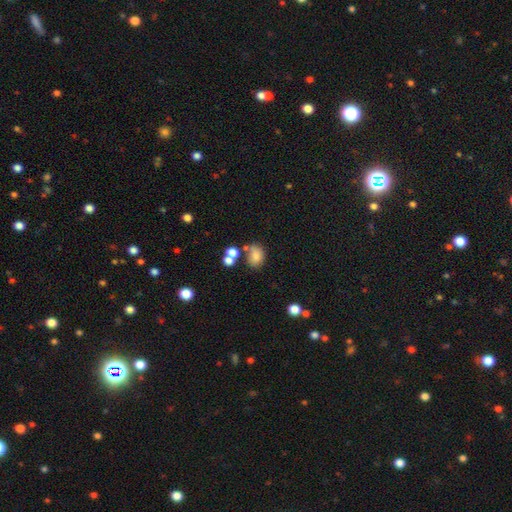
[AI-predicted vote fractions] Smooth or featured: smooth — 77% (star or artifact — 13%)
How rounded: in between — 65% (round — 34%)
Merging: none — 55% (merger — 21%)